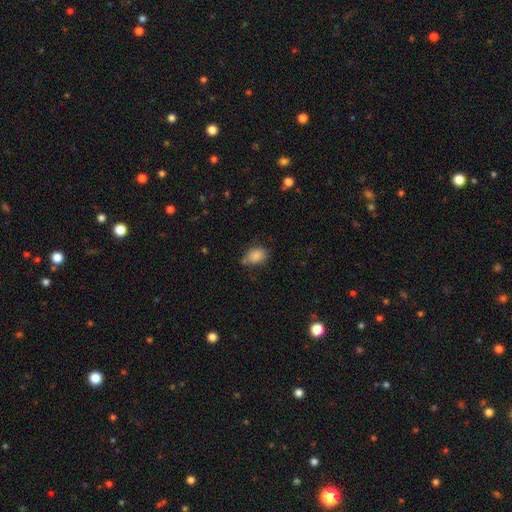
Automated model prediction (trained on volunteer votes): smooth-or-featured: smooth: 85% | star or artifact: 9% | featured or disk: 6%
  how-rounded: in between: 76% | round: 22% | cigar-shaped: 1%
  merging: none: 64% | minor disturbance: 25% | merger: 6% | major disturbance: 6%